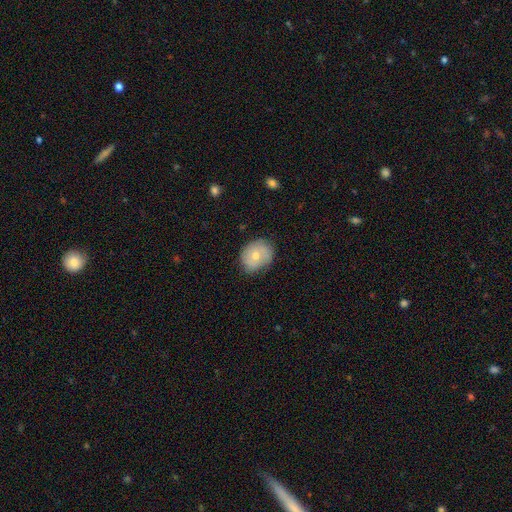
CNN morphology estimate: type=smooth (65%); roundness=round (63%); merging=none (71%).